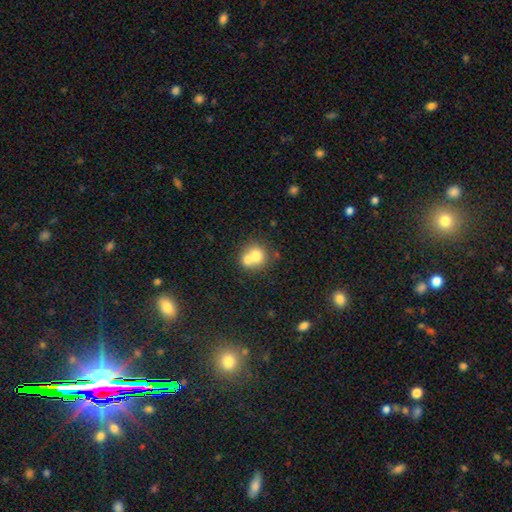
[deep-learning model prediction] smooth-or-featured: smooth: 69% | featured or disk: 21% | star or artifact: 10%
  how-rounded: round: 81% | in between: 18% | cigar-shaped: 1%
  merging: merger: 60% | none: 32% | minor disturbance: 6% | major disturbance: 3%